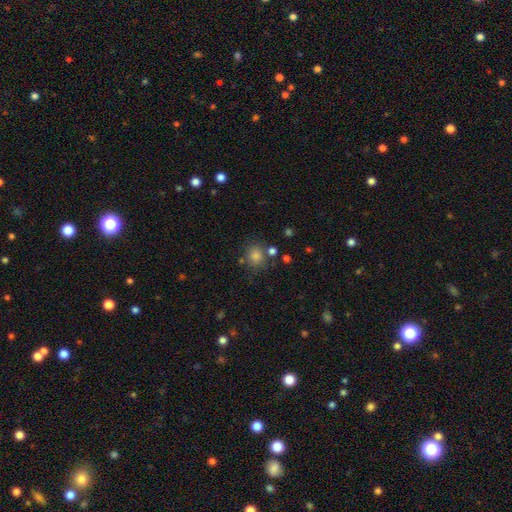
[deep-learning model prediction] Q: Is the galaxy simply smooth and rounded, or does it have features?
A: smooth — 77%.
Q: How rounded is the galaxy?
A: round — 80%.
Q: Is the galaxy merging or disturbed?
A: none — 78%.